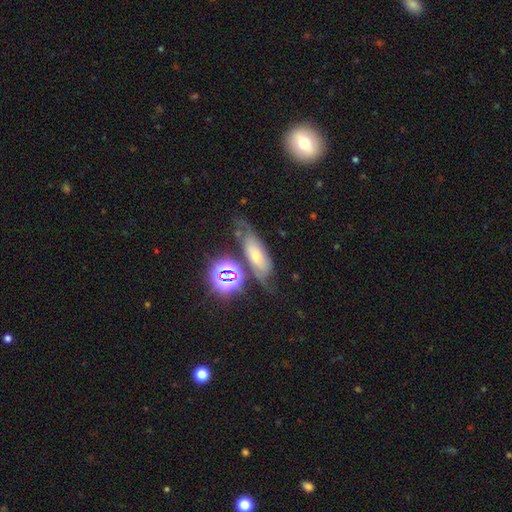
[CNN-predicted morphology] featured or disk 43%, smooth 31%, star or artifact 26%. Down the decision tree: merging — none (54%).